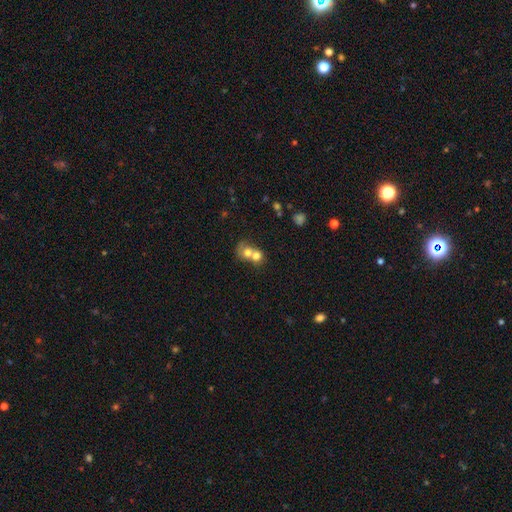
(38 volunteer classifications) Volunteers were most divided on "how rounded": round: 63%, in between: 37%, cigar-shaped: 0%. More confident: merging — merger (81%); smooth or featured — smooth (79%).